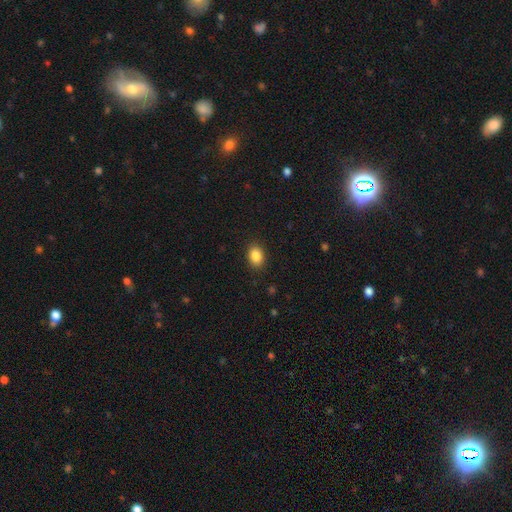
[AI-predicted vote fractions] smooth 87%, star or artifact 9%, featured or disk 4%. Down the decision tree: how rounded — in between (76%); merging — none (89%).